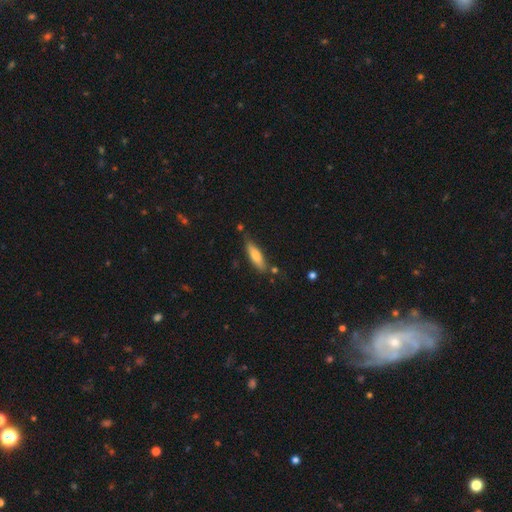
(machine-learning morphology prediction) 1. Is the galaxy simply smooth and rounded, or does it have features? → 73% smooth, 20% featured or disk, 6% star or artifact.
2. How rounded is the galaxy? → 64% cigar-shaped, 34% in between, 2% round.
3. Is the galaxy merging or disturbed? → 75% none, 17% minor disturbance, 4% merger, 3% major disturbance.